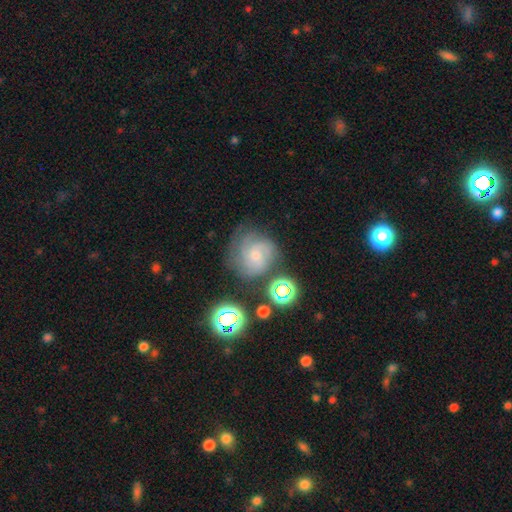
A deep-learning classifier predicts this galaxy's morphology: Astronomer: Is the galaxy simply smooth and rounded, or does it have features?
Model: featured or disk — 61%.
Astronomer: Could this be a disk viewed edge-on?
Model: no — 98%.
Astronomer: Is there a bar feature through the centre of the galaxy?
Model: no — 69%.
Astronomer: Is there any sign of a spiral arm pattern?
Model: yes — 91%.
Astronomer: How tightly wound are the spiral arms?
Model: tight — 49% (runner-up: medium, 39%).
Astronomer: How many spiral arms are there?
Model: can't tell — 32%, tied with 3 at 32%.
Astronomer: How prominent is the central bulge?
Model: small — 55% (runner-up: moderate, 34%).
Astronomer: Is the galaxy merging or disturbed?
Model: none — 59%.